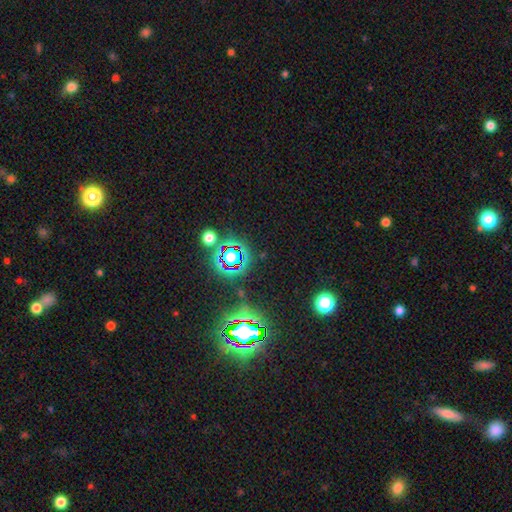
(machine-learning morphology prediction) Smooth or featured? star or artifact (81%)